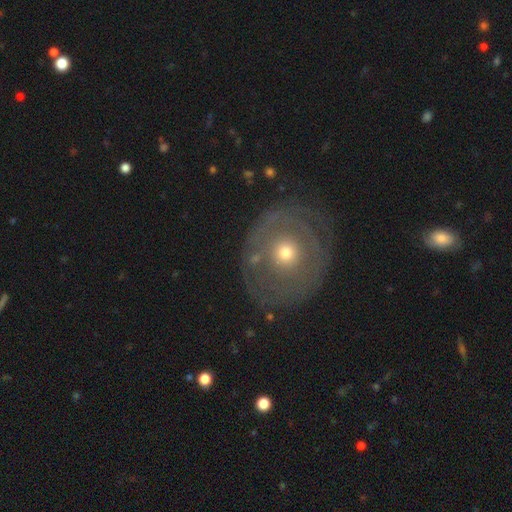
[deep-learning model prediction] smooth-or-featured: featured or disk: 56% | smooth: 33% | star or artifact: 11%
  disk-edge-on: no: 95% | yes: 5%
    bar: no: 87% | weak: 10% | strong: 3%
    has-spiral-arms: no: 63% | yes: 37%
    bulge-size: moderate: 53% | small: 41% | large: 4% | dominant: 1% | none: 1%
  merging: none: 79% | minor disturbance: 13% | major disturbance: 6% | merger: 2%